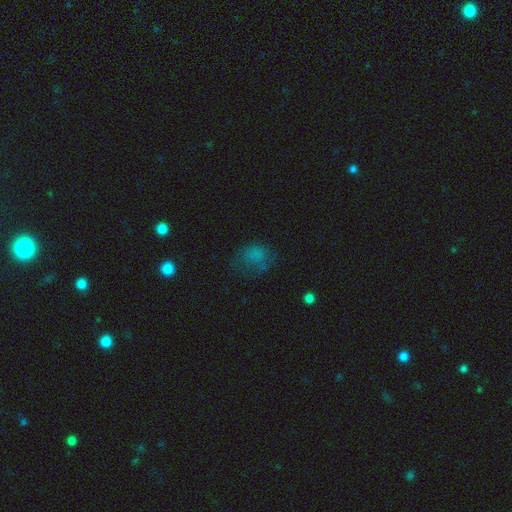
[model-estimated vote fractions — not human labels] The model was most divided on "how rounded": round: 50%, in between: 49%, cigar-shaped: 1%. Remaining: smooth or featured — smooth (66%); merging — none (46%).